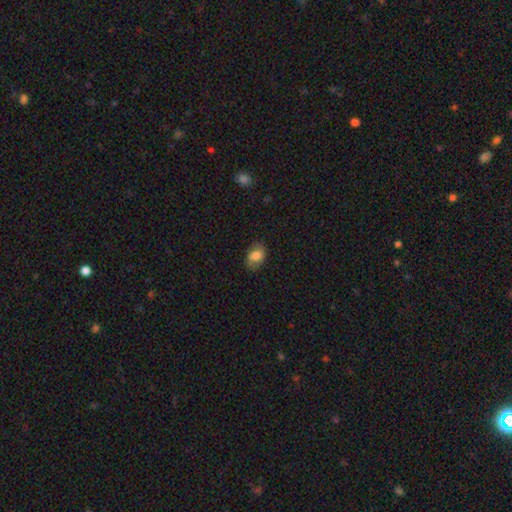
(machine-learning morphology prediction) Smooth or featured?
  - smooth: 75% *
  - featured or disk: 17%
  - star or artifact: 8%
How rounded?
  - in between: 81% *
  - round: 18%
  - cigar-shaped: 1%
Merging?
  - none: 77% *
  - minor disturbance: 17%
  - major disturbance: 5%
  - merger: 1%